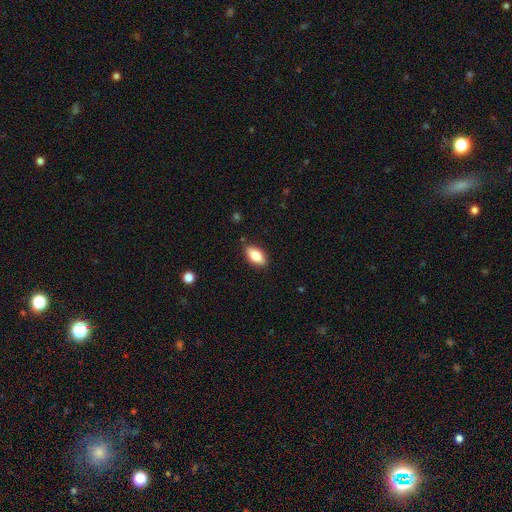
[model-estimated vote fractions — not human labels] The model was most divided on "smooth or featured": smooth: 78%, featured or disk: 14%, star or artifact: 7%. More confident: how rounded — in between (88%); merging — none (86%).